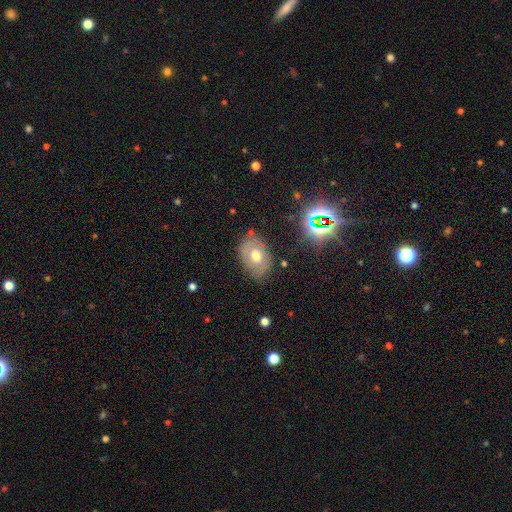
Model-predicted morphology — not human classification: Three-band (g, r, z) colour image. It shows a smooth galaxy with no disk features (53%) that is in between round and cigar-shaped (80%). Merging: none (75%).